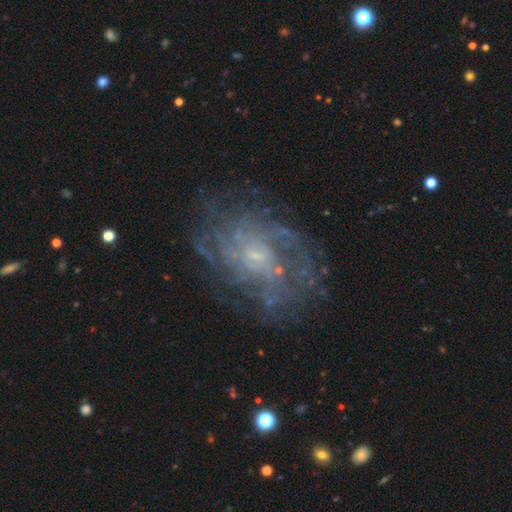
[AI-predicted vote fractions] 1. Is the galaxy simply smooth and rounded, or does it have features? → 76% featured or disk, 12% star or artifact, 12% smooth.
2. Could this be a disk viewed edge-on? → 97% no, 3% yes.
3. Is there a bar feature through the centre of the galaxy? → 73% no, 23% weak, 4% strong.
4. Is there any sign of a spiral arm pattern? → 81% yes, 19% no.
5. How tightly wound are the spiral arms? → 48% tight, 34% medium, 17% loose.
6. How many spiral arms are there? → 52% can't tell, 12% 4, 11% more than 4, 9% 2, 9% 3, 6% 1.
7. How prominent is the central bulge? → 73% small, 14% moderate, 11% none, 1% large, 1% dominant.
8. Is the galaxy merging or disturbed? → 70% none, 16% minor disturbance, 12% major disturbance, 2% merger.